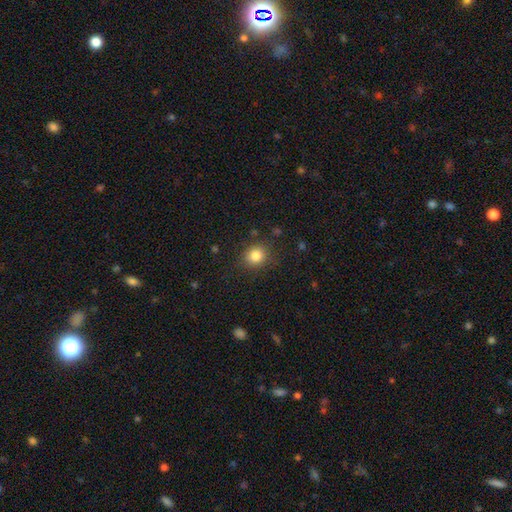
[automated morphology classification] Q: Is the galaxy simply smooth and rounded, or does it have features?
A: smooth — 83%.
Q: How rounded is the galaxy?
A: round — 76%.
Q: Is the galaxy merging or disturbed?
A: none — 84%.